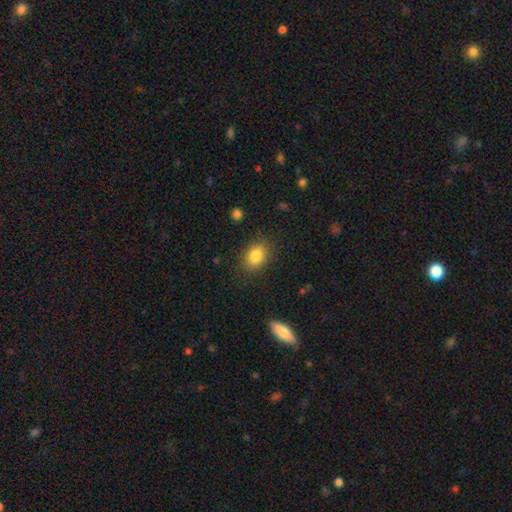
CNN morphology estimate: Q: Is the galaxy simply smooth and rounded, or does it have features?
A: smooth — 84%.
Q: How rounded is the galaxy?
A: in between — 71%.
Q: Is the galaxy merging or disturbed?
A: none — 83%.